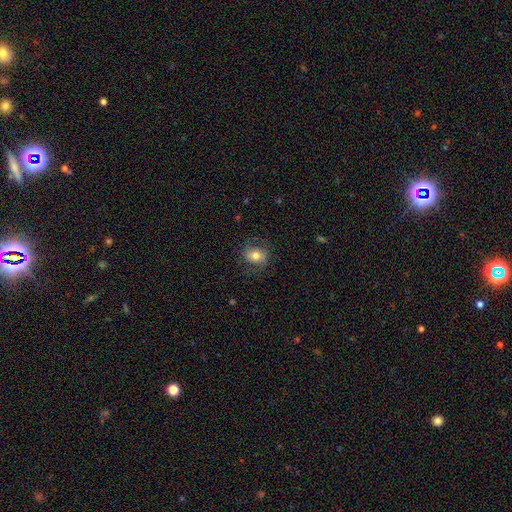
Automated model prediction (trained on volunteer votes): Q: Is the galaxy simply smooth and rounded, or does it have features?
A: smooth — 69%.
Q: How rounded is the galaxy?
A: round — 50%.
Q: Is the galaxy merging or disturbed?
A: none — 77%.